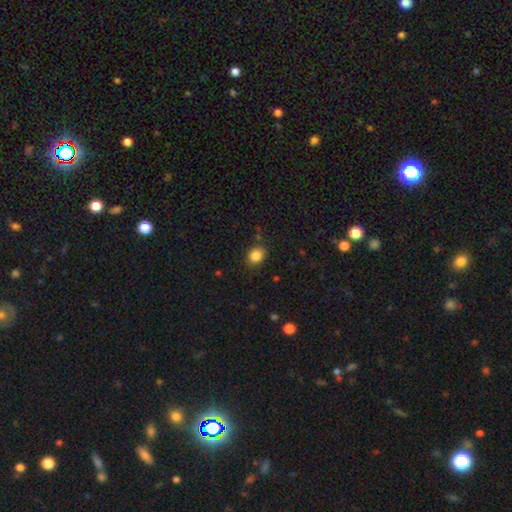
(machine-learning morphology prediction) smooth_or_featured: smooth (p=0.85) [alt: star or artifact p=0.10]
how_rounded: round (p=0.59) [alt: in between p=0.40]
merging: none (p=0.84) [alt: minor disturbance p=0.12]